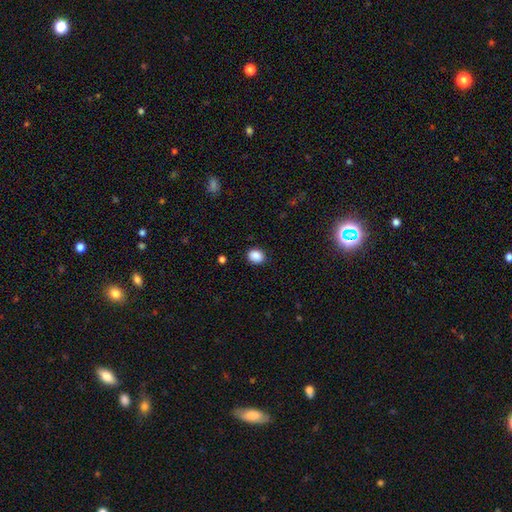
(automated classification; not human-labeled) This appears to be a smooth galaxy with no disk features (88%) that is round (54%). Merging: none (87%).